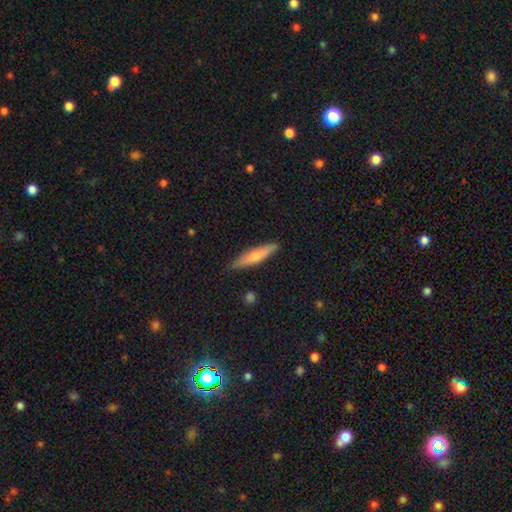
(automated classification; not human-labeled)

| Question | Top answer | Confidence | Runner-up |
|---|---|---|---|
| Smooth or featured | smooth | 58% | featured or disk (36%) |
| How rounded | cigar-shaped | 85% | in between (13%) |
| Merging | none | 88% | minor disturbance (9%) |